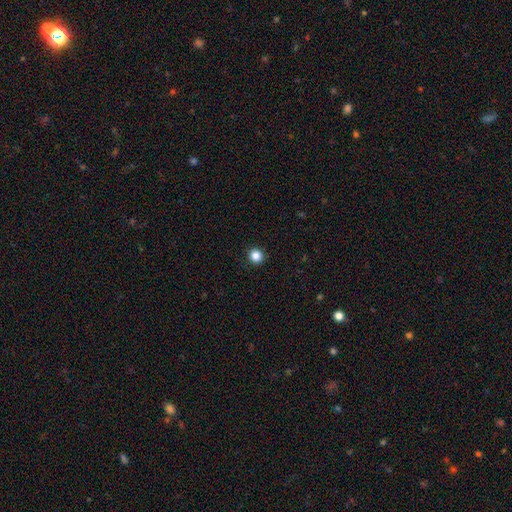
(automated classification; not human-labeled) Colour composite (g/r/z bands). It shows a smooth galaxy with no disk features (86%) that is round (93%). Merging: none (93%).